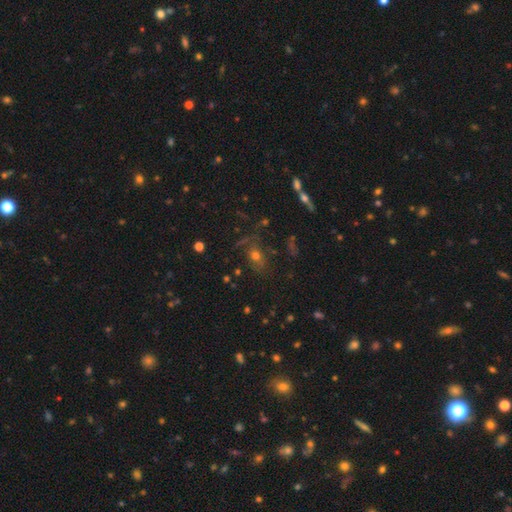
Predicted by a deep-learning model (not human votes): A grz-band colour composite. It shows a smooth galaxy with no disk features (54%) that is in between round and cigar-shaped (52%). Merging: none (61%).